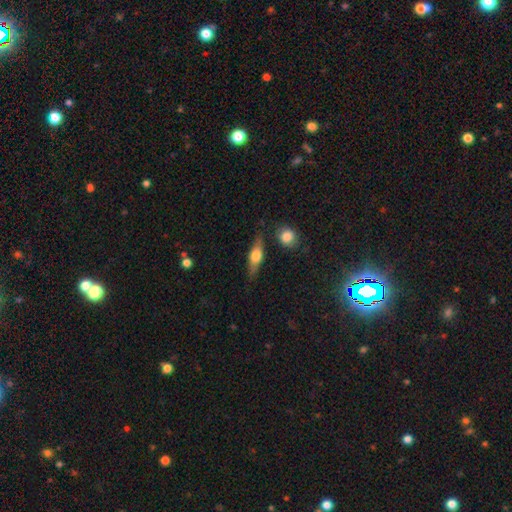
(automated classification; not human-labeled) smooth-or-featured: smooth: 50% | featured or disk: 43% | star or artifact: 7%
  how-rounded: in between: 53% | cigar-shaped: 41% | round: 6%
  merging: none: 77% | minor disturbance: 15% | merger: 4% | major disturbance: 4%